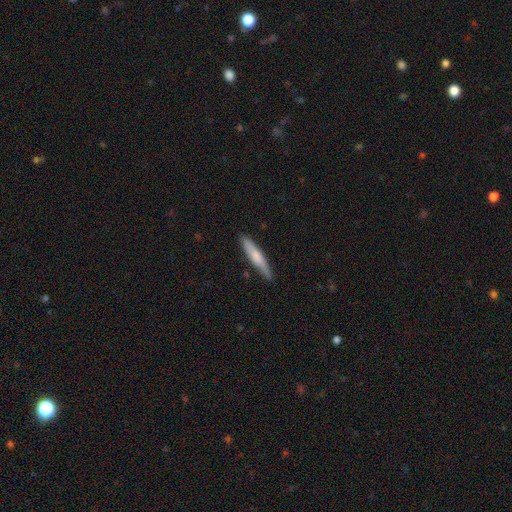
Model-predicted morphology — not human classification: A smooth galaxy with no disk features (63%) that is cigar-shaped (91%). Merging: none (84%).